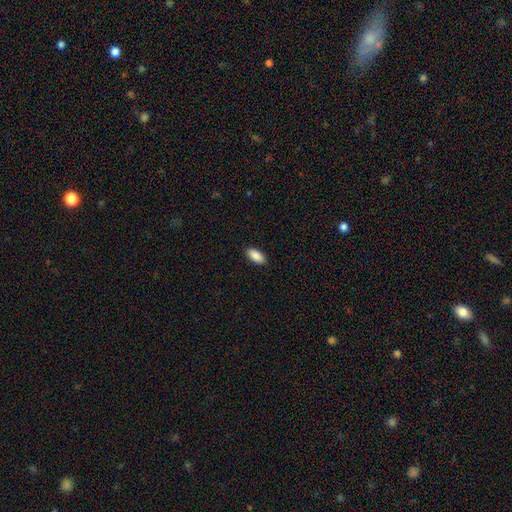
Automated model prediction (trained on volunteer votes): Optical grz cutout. It shows a smooth galaxy with no disk features (90%) that is in between round and cigar-shaped (89%). Merging: none (90%).